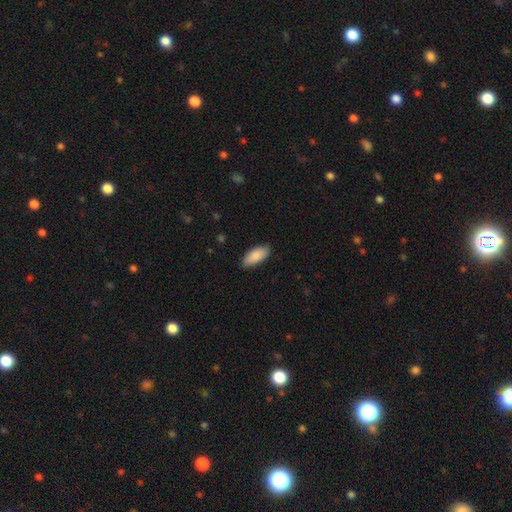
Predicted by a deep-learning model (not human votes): This is clearly a smooth galaxy (88%). How rounded: clearly in between (87%). Merging: clearly none (85%).